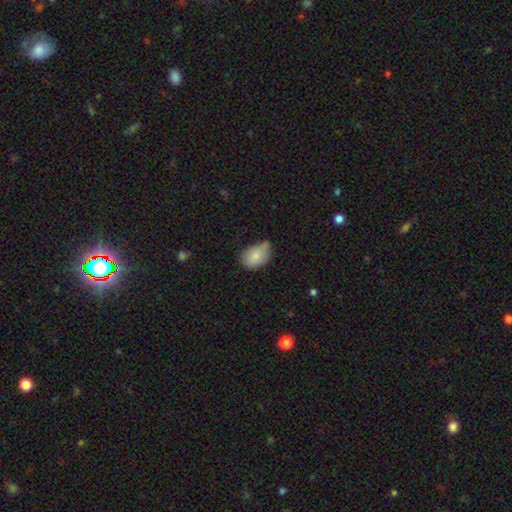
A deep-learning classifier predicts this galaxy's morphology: The model was most divided on "merging": none: 45%, minor disturbance: 41%, major disturbance: 8%, merger: 6%. More confident: smooth or featured — smooth (82%); how rounded — in between (80%).